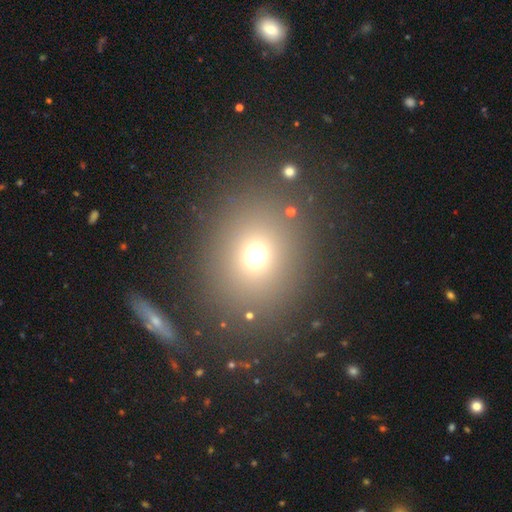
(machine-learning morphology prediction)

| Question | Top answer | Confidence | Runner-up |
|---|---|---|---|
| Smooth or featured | smooth | 68% | star or artifact (22%) |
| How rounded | round | 74% | in between (25%) |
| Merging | none | 82% | minor disturbance (8%) |